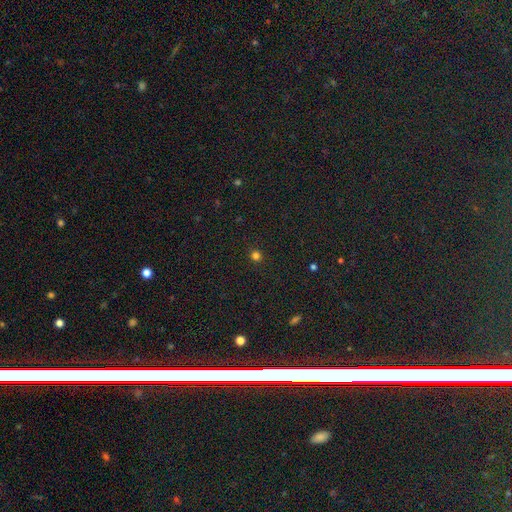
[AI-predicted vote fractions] A smooth galaxy with no disk features (78%) that is round (93%). Merging: none (92%).